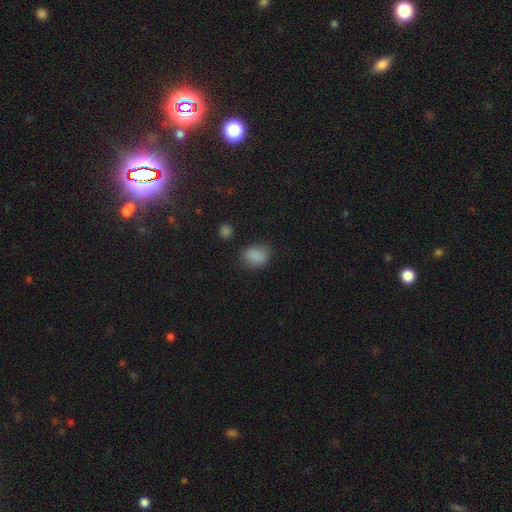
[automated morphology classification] Smooth or featured: smooth — 85% (star or artifact — 10%)
How rounded: in between — 57% (round — 42%)
Merging: none — 78% (minor disturbance — 16%)